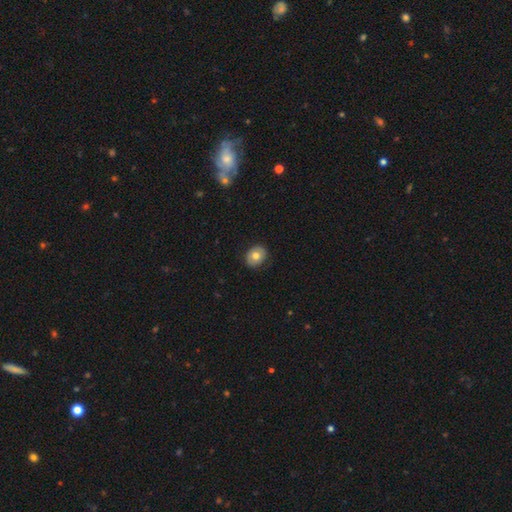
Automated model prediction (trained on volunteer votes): Smooth or featured? smooth (74%)
How rounded? round (55%)
Merging? none (87%)